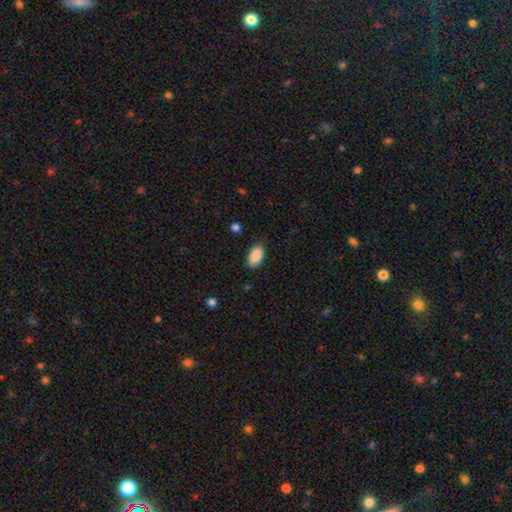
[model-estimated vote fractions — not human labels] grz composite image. It shows a smooth galaxy with no disk features (91%) that is in between round and cigar-shaped (94%). Merging: none (87%).